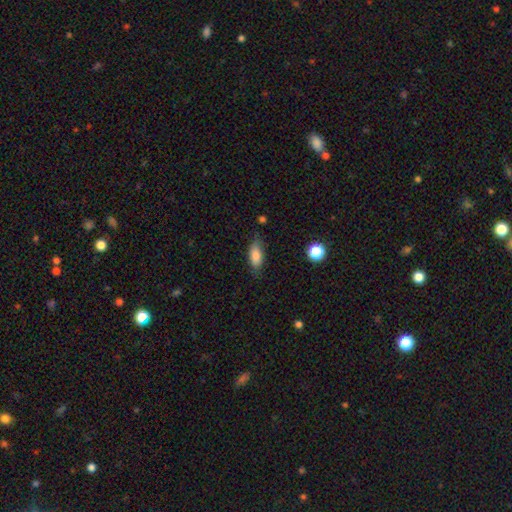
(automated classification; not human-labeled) Q: Smooth or featured?
A: smooth (82%); runner-up: featured or disk (11%)
Q: How rounded?
A: in between (81%); runner-up: cigar-shaped (15%)
Q: Merging?
A: none (75%); runner-up: minor disturbance (19%)